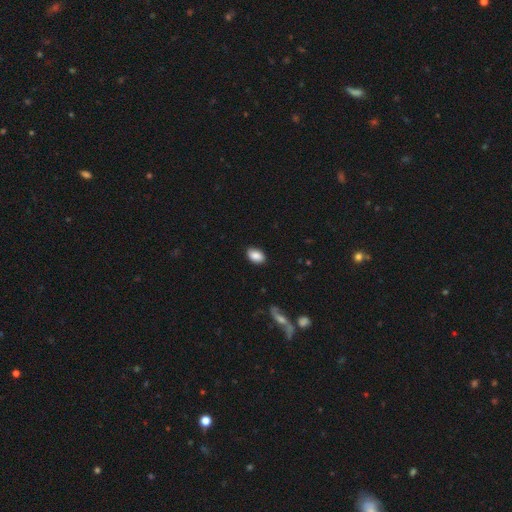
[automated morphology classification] smooth 87%, star or artifact 7%, featured or disk 5%. Down the decision tree: how rounded — in between (90%); merging — none (85%).